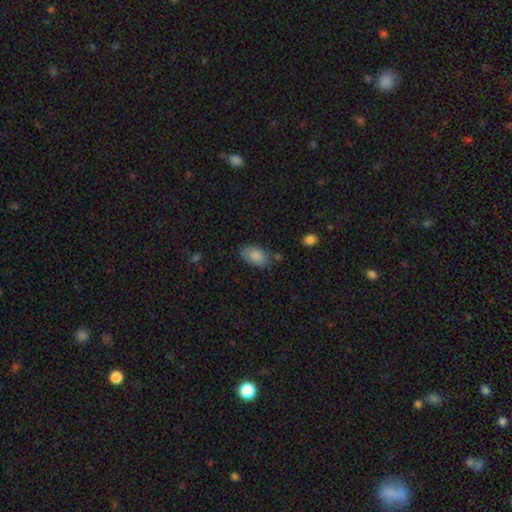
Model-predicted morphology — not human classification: Smooth or featured? Predicted: smooth (p=0.85). How rounded? Predicted: in between (p=0.93). Merging? Predicted: none (p=0.72).